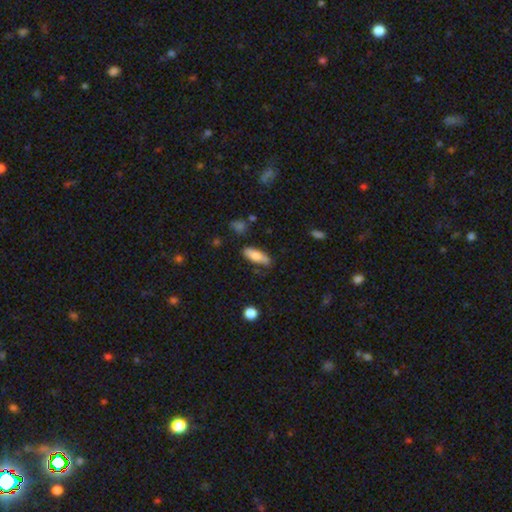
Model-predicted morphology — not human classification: This is likely a smooth galaxy (74%). How rounded: likely in between (63%). Merging: likely none (70%).